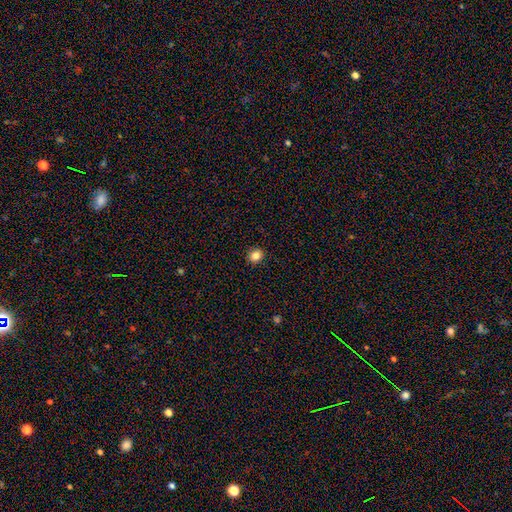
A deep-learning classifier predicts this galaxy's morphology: smooth 83%, star or artifact 12%, featured or disk 5%. Down the decision tree: how rounded — round (83%); merging — none (92%).